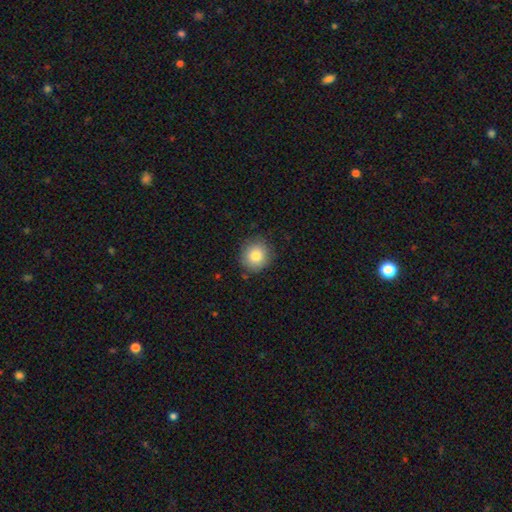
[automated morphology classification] Q: Smooth or featured?
A: smooth (83%); runner-up: star or artifact (9%)
Q: How rounded?
A: round (84%); runner-up: in between (16%)
Q: Merging?
A: none (86%); runner-up: minor disturbance (10%)